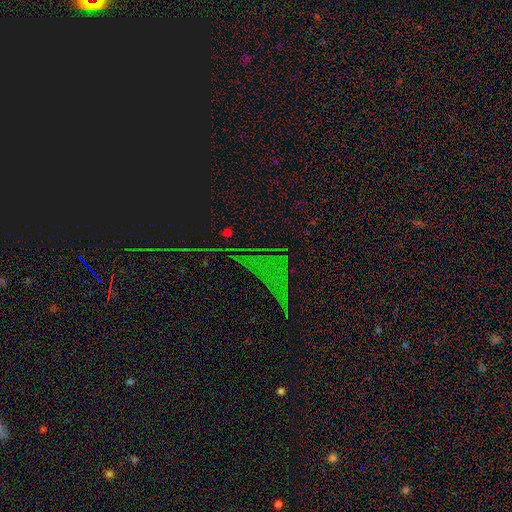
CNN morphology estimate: type=star or artifact (74%).